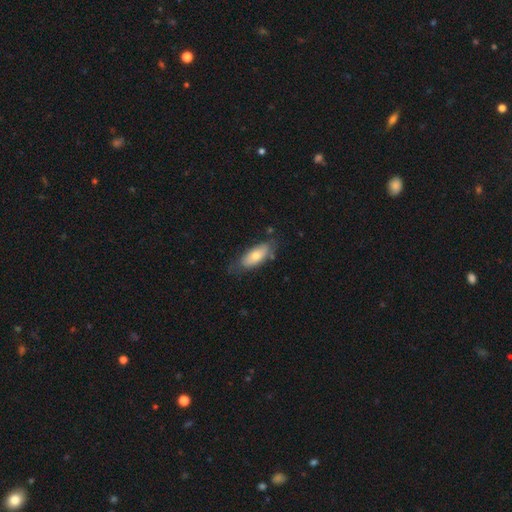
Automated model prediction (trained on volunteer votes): A smooth galaxy with no disk features (67%) that is in between round and cigar-shaped (81%).

Vote fractions:
- Smooth or featured? smooth: 67% / featured or disk: 27% / star or artifact: 6%
- How rounded? in between: 81% / cigar-shaped: 16% / round: 2%
- Merging? none: 65% / minor disturbance: 25% / major disturbance: 7% / merger: 2%